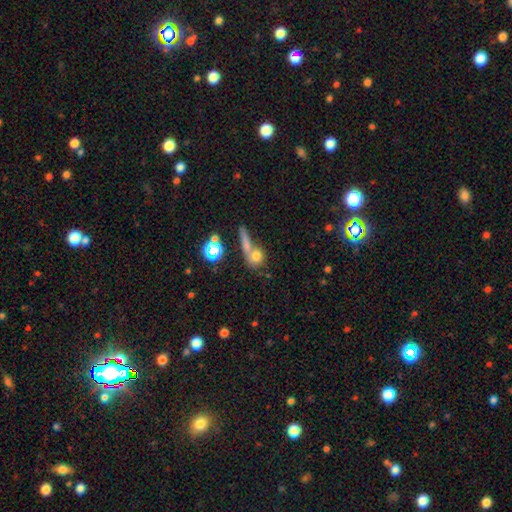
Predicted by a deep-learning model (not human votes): Smooth or featured? smooth (68%)
How rounded? round (66%)
Merging? none (45%)